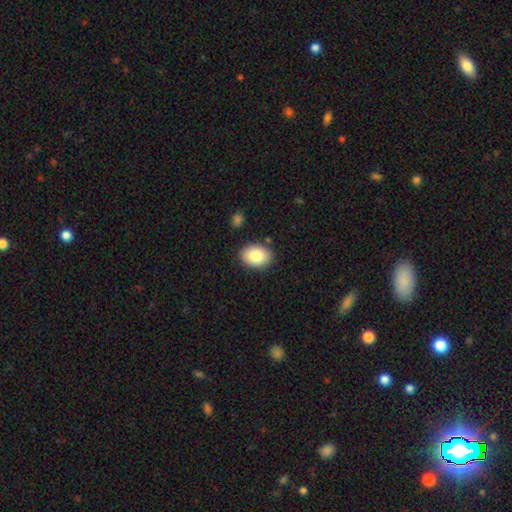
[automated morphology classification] Smooth or featured?
  - smooth: 83% *
  - featured or disk: 9%
  - star or artifact: 7%
How rounded?
  - in between: 72% *
  - round: 27%
  - cigar-shaped: 1%
Merging?
  - none: 86% *
  - minor disturbance: 9%
  - major disturbance: 2%
  - merger: 2%